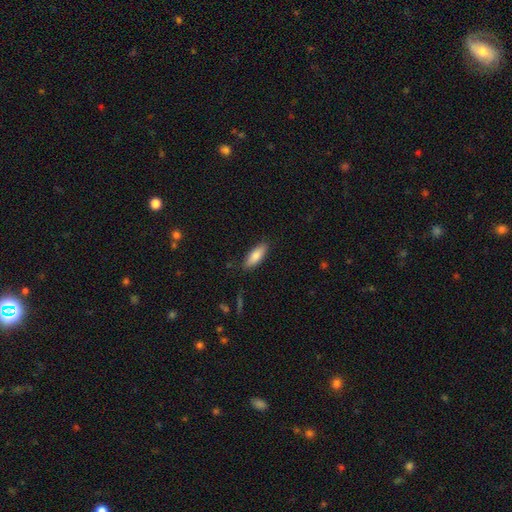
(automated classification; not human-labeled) A smooth galaxy with no disk features (83%) that is in between round and cigar-shaped (66%). Merging: none (86%).